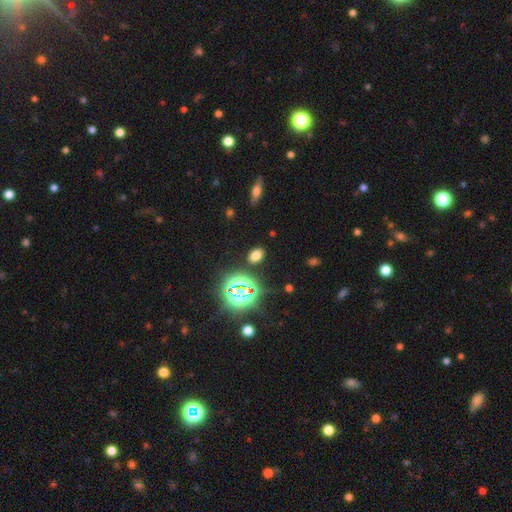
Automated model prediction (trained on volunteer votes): Q: Smooth or featured?
A: smooth (65%); runner-up: star or artifact (28%)
Q: How rounded?
A: in between (77%); runner-up: round (21%)
Q: Merging?
A: none (86%); runner-up: minor disturbance (8%)